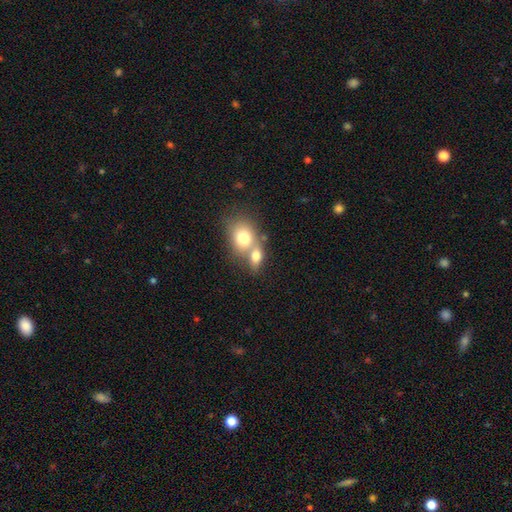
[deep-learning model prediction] This appears to be a smooth galaxy with no disk features (76%) that is in between round and cigar-shaped (65%). Merging: merger (63%).